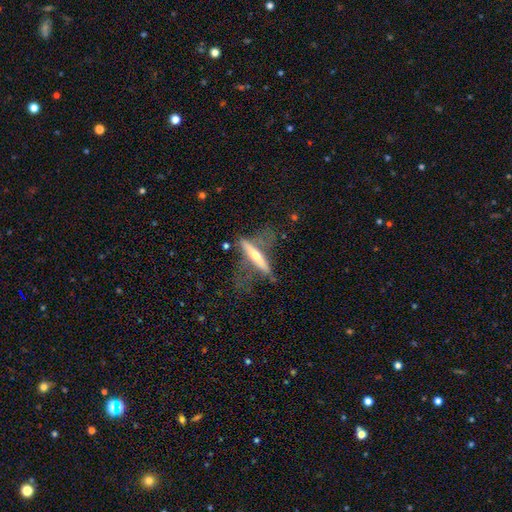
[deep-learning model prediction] featured or disk 59%, smooth 34%, star or artifact 6%. Down the decision tree: edge-on disk — yes (83%); merging — none (48%).